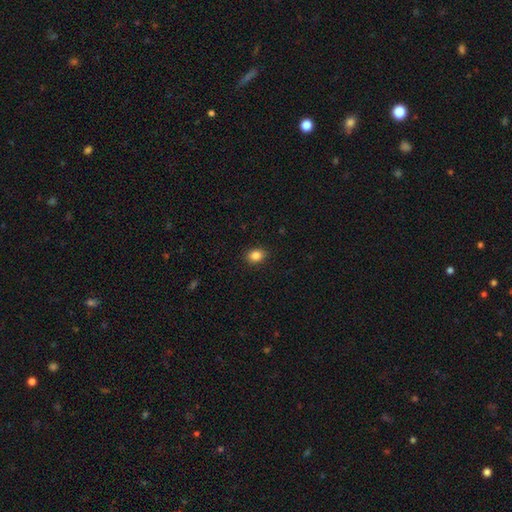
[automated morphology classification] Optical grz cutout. It shows a smooth galaxy with no disk features (85%) that is in between round and cigar-shaped (60%). Merging: none (90%).